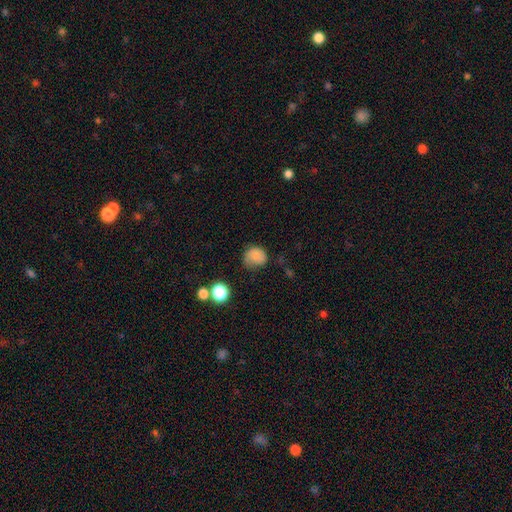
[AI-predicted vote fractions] A smooth galaxy with no disk features (78%) that is round (74%).

Vote fractions:
- Smooth or featured? smooth: 78% / featured or disk: 11% / star or artifact: 11%
- How rounded? round: 74% / in between: 26% / cigar-shaped: 1%
- Merging? none: 53% / minor disturbance: 31% / major disturbance: 13% / merger: 3%